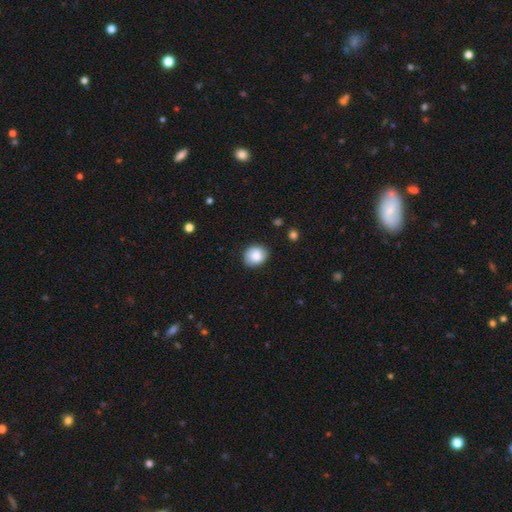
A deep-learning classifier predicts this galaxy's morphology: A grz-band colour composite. It shows a smooth galaxy with no disk features (82%) that is round (65%). Merging: none (83%).